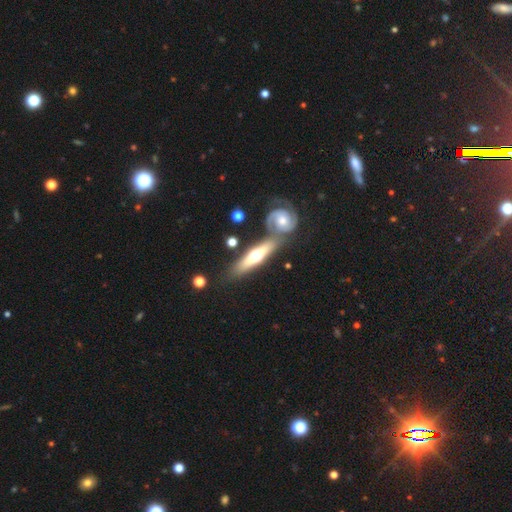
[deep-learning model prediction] Smooth or featured? Predicted: featured or disk (p=0.60). Edge-on disk? Predicted: yes (p=0.75). Merging? Predicted: none (p=0.57).